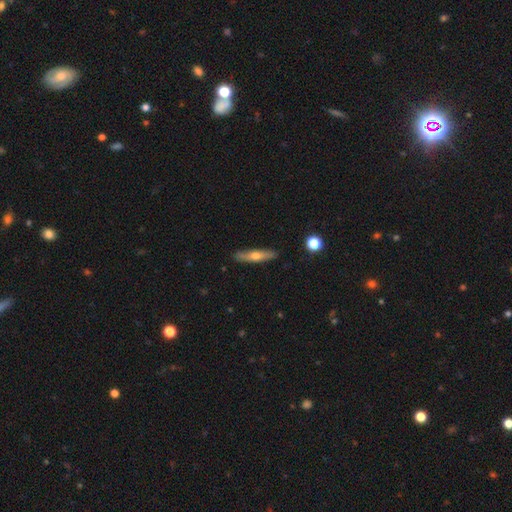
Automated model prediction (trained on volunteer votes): This is possibly a smooth galaxy (47%, tied with featured or disk). Merging: clearly none (87%).